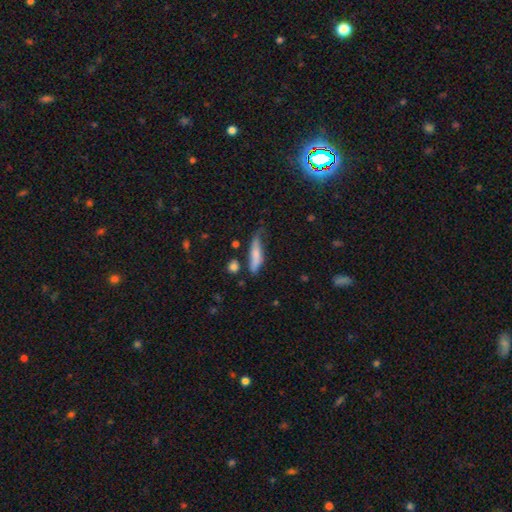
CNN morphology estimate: The model was most divided on "merging": none: 45%, minor disturbance: 35%, major disturbance: 13%, merger: 7%. More confident: smooth or featured — smooth (69%); how rounded — cigar-shaped (69%).